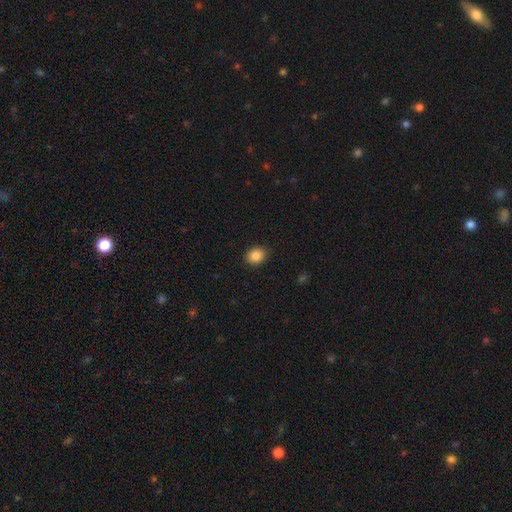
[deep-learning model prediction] Smooth or featured? Predicted: smooth (p=0.87). How rounded? Predicted: round (p=0.58). Merging? Predicted: none (p=0.89).